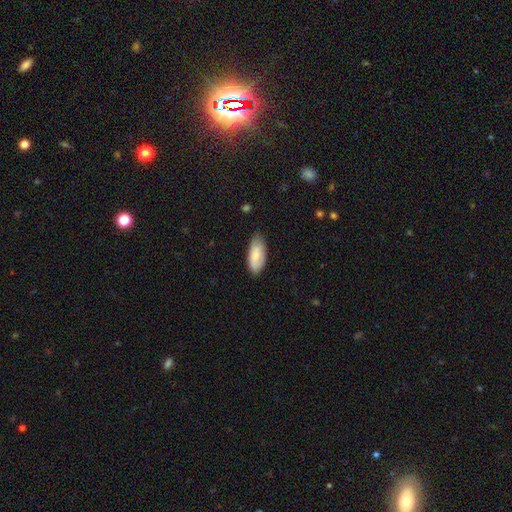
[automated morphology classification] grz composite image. It shows a smooth galaxy with no disk features (79%) that is in between round and cigar-shaped (89%). Merging: none (74%).